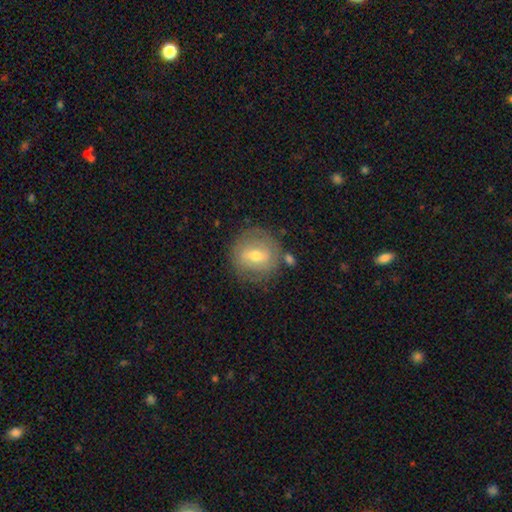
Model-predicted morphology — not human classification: Smooth or featured? Predicted: featured or disk (p=0.50). Edge-on disk? Predicted: no (p=0.94). Merging? Predicted: none (p=0.77).